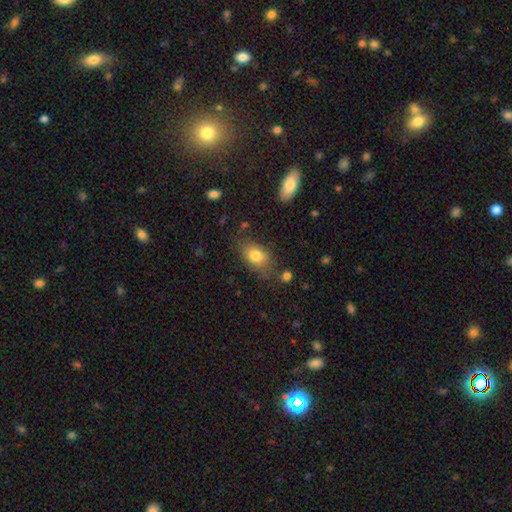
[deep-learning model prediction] Smooth or featured? Predicted: smooth (p=0.79). How rounded? Predicted: in between (p=0.79). Merging? Predicted: none (p=0.71).